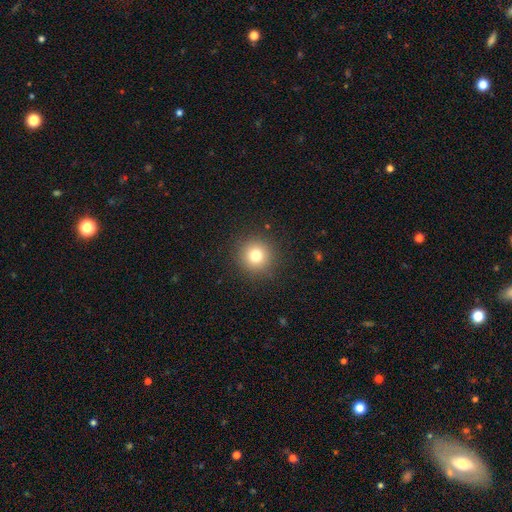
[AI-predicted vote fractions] A smooth galaxy with no disk features (78%) that is round (95%).

Vote fractions:
- Smooth or featured? smooth: 78% / star or artifact: 13% / featured or disk: 9%
- How rounded? round: 95% / in between: 4% / cigar-shaped: 1%
- Merging? none: 91% / minor disturbance: 6% / major disturbance: 2% / merger: 1%